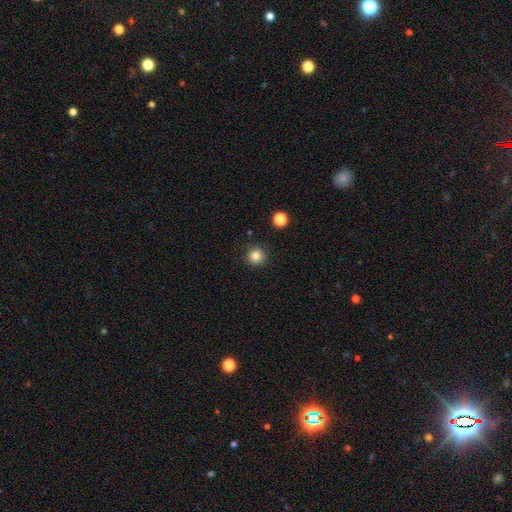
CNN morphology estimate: Smooth or featured? Predicted: smooth (p=0.83). How rounded? Predicted: round (p=0.95). Merging? Predicted: none (p=0.91).